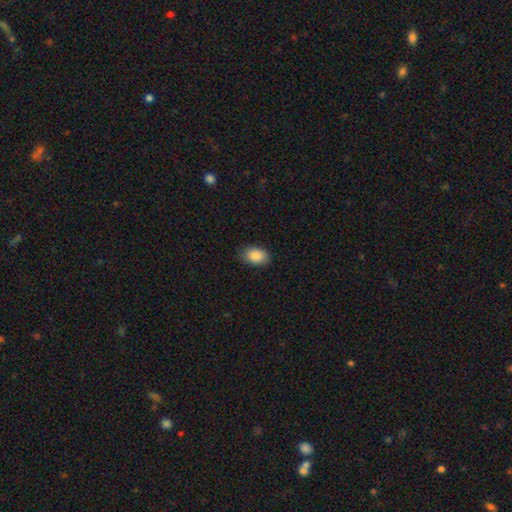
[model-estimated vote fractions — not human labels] smooth-or-featured: smooth: 88% | star or artifact: 7% | featured or disk: 4%
  how-rounded: in between: 88% | round: 11% | cigar-shaped: 1%
  merging: none: 83% | minor disturbance: 14% | major disturbance: 3% | merger: 1%